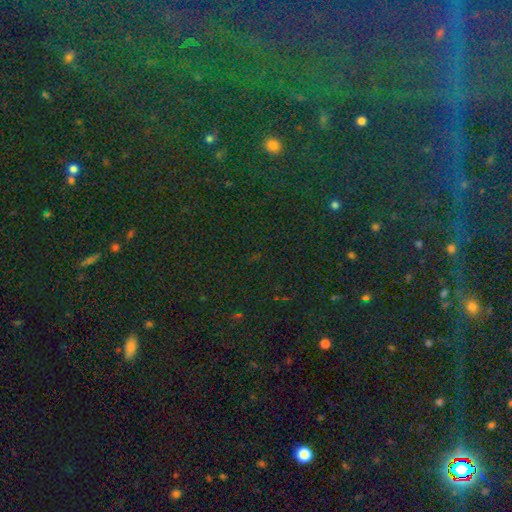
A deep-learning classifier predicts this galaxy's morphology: Smooth or featured? star or artifact (78%)